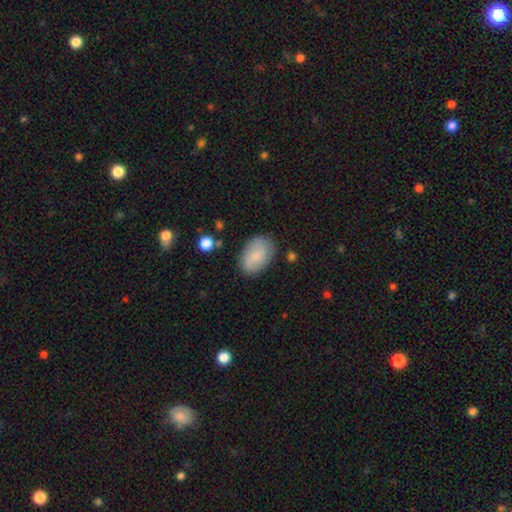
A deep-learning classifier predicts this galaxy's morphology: Smooth or featured? Predicted: smooth (p=0.70). How rounded? Predicted: in between (p=0.87). Merging? Predicted: none (p=0.78).